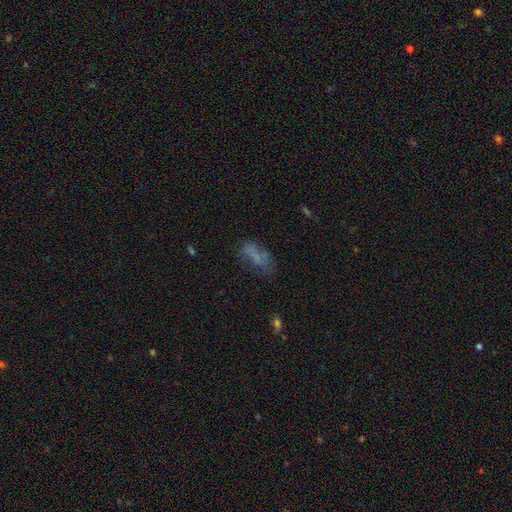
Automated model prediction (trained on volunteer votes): This appears to be a smooth galaxy with no disk features (52%) that is in between round and cigar-shaped (75%). Merging: none (44%).